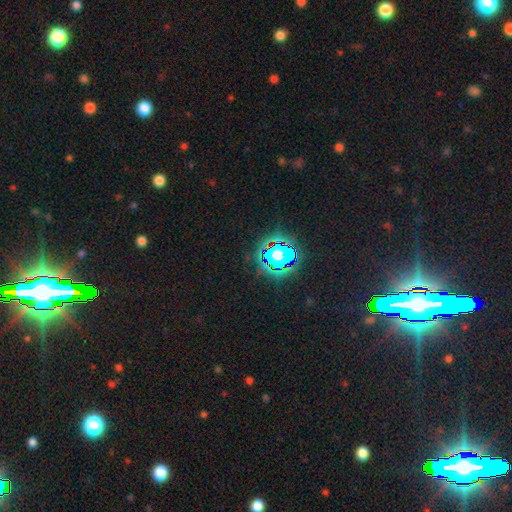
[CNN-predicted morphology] Smooth or featured? star or artifact (83%)